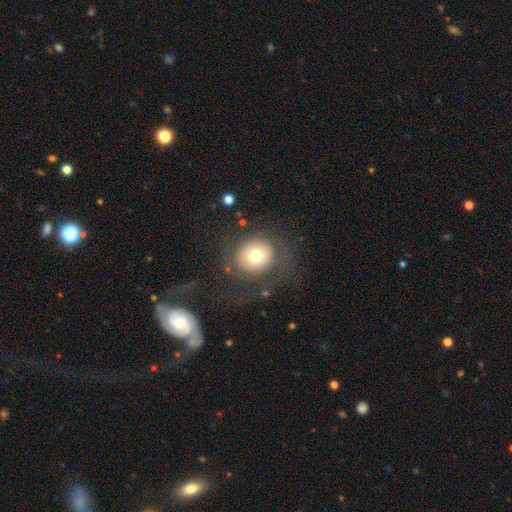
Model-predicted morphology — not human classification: This is likely a smooth galaxy (70%). How rounded: clearly round (85%). Merging: likely none (70%).